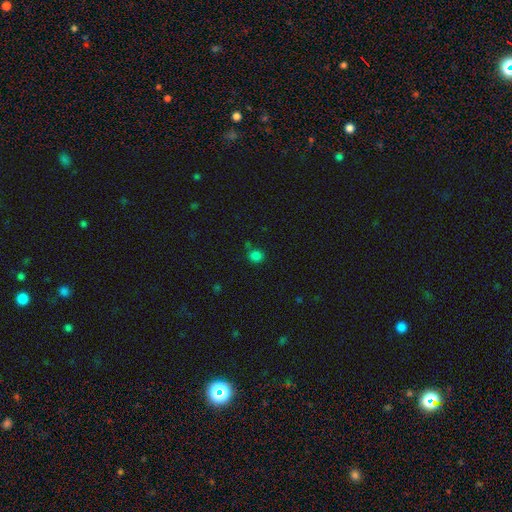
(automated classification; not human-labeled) smooth_or_featured: smooth (p=0.79) [alt: star or artifact p=0.17]
how_rounded: round (p=0.85) [alt: in between p=0.14]
merging: none (p=0.76) [alt: minor disturbance p=0.12]